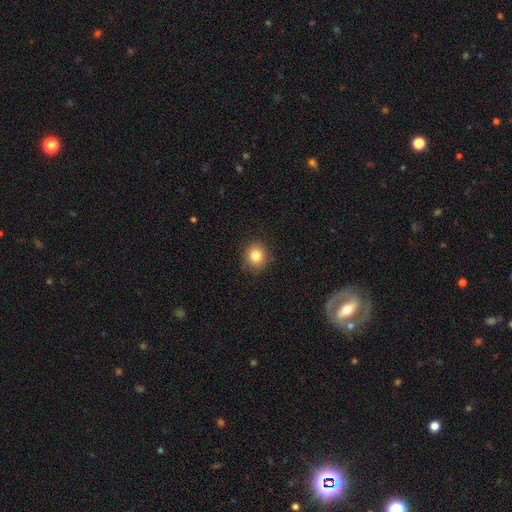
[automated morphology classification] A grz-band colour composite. It shows a smooth galaxy with no disk features (83%) that is round (81%). Merging: none (86%).